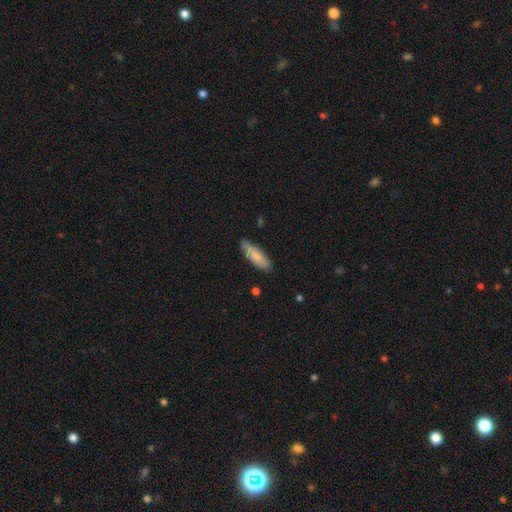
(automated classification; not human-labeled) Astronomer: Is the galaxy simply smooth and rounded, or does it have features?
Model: smooth — 81%.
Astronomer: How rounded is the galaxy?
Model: cigar-shaped — 52% (runner-up: in between, 47%).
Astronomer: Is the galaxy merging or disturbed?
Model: none — 84%.